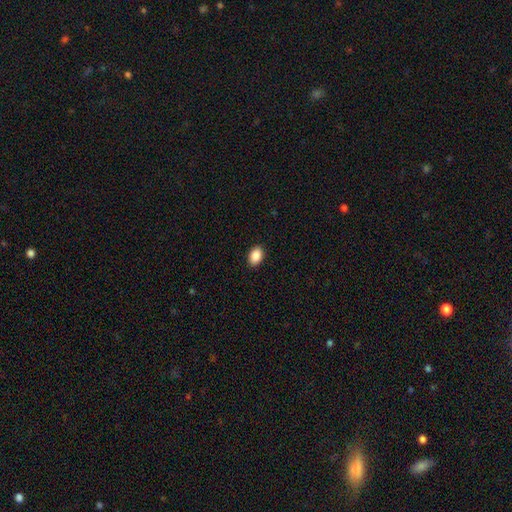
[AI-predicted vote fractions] A smooth galaxy with no disk features (89%) that is in between round and cigar-shaped (86%).

Vote fractions:
- Smooth or featured? smooth: 89% / star or artifact: 7% / featured or disk: 3%
- How rounded? in between: 86% / round: 13% / cigar-shaped: 1%
- Merging? none: 90% / minor disturbance: 7% / major disturbance: 2% / merger: 1%